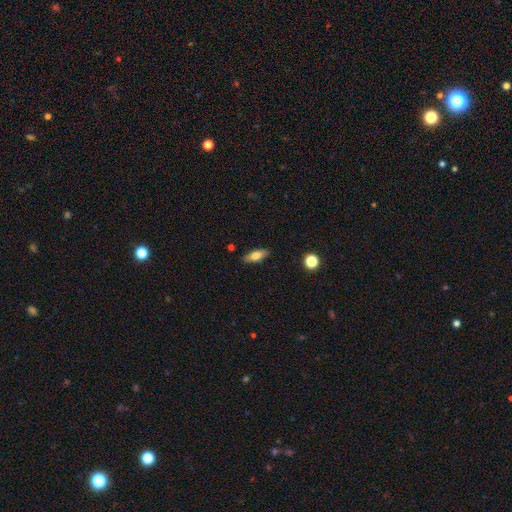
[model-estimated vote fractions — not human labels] Q: Smooth or featured?
A: smooth (71%); runner-up: featured or disk (22%)
Q: How rounded?
A: in between (68%); runner-up: cigar-shaped (28%)
Q: Merging?
A: none (85%); runner-up: minor disturbance (11%)